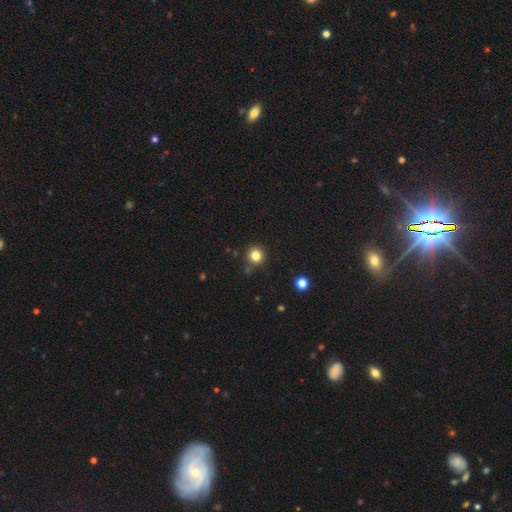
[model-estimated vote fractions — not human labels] A smooth galaxy with no disk features (81%) that is round (93%). Merging: none (85%).